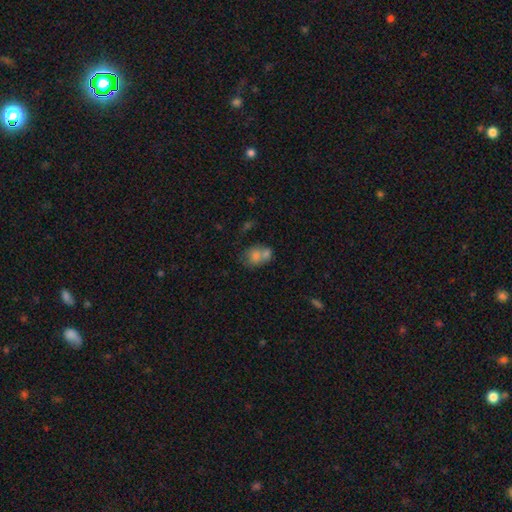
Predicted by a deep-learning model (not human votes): This is likely a smooth galaxy (72%). How rounded: possibly in between (54%). Merging: possibly merger (55%).